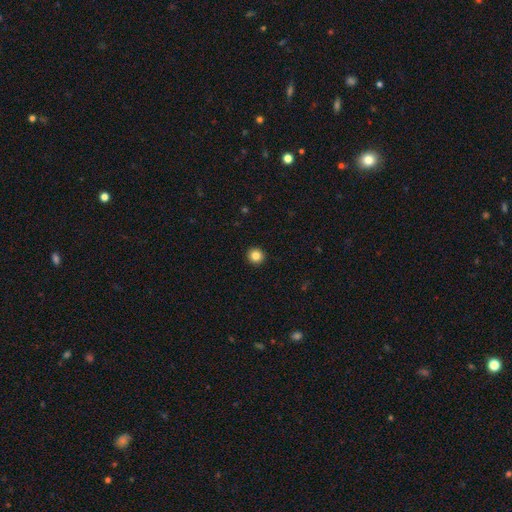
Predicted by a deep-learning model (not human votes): Smooth or featured: smooth — 85% (star or artifact — 10%)
How rounded: round — 96% (in between — 3%)
Merging: none — 94% (minor disturbance — 4%)